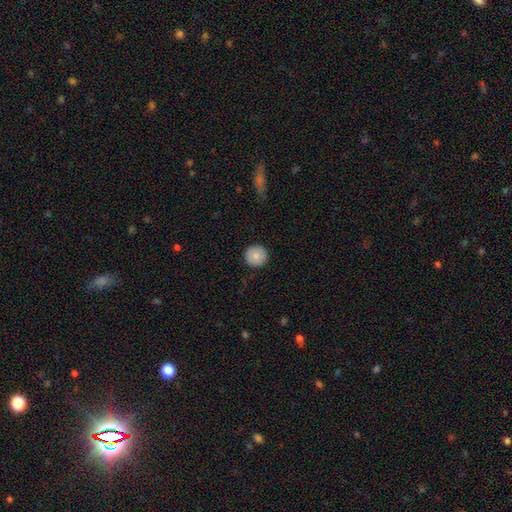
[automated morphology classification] smooth-or-featured: smooth: 86% | star or artifact: 7% | featured or disk: 6%
  how-rounded: round: 95% | in between: 4% | cigar-shaped: 1%
  merging: none: 92% | minor disturbance: 6% | major disturbance: 2% | merger: 1%